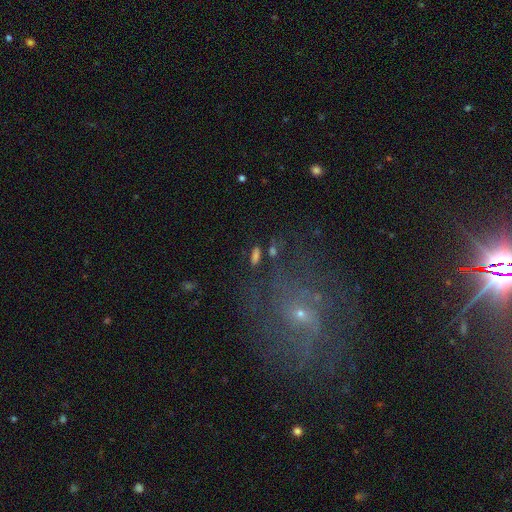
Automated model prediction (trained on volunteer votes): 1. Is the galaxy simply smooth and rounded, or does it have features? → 67% smooth, 17% star or artifact, 16% featured or disk.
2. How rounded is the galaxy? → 68% in between, 24% cigar-shaped, 8% round.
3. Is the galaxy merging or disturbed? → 76% none, 12% minor disturbance, 6% major disturbance, 6% merger.